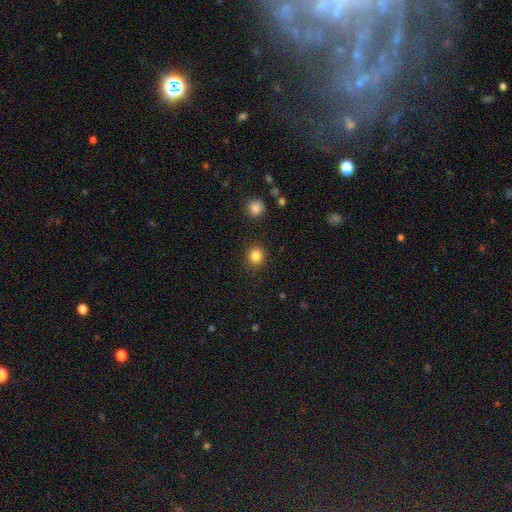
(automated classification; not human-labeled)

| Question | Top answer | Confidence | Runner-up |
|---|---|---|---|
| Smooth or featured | smooth | 85% | star or artifact (11%) |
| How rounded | round | 85% | in between (15%) |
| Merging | none | 88% | minor disturbance (7%) |